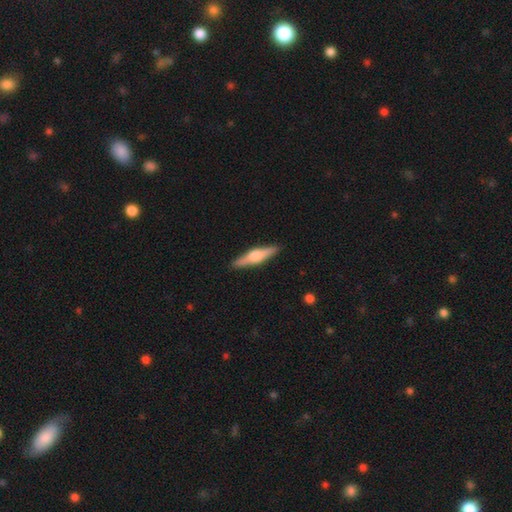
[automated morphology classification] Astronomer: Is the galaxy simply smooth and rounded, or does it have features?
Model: featured or disk — 60%.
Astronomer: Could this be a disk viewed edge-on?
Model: yes — 97%.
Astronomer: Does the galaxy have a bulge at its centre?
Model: rounded — 86%.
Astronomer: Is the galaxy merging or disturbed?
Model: none — 91%.